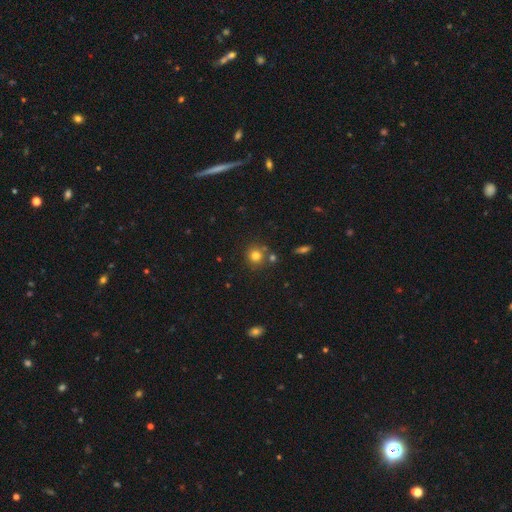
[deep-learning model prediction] This is likely a smooth galaxy (78%). How rounded: clearly round (90%). Merging: likely none (73%).